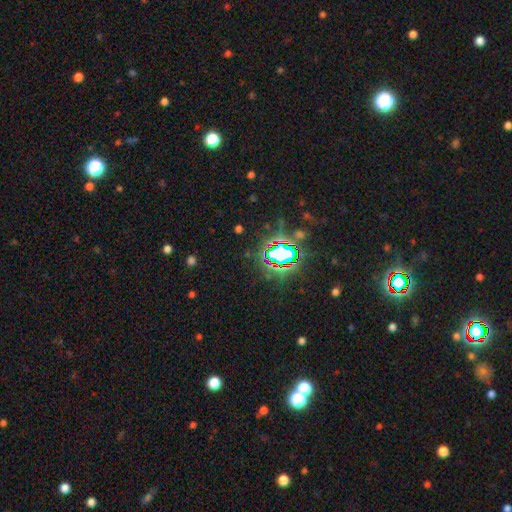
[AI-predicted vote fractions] A star or artifact, not a galaxy (80%).